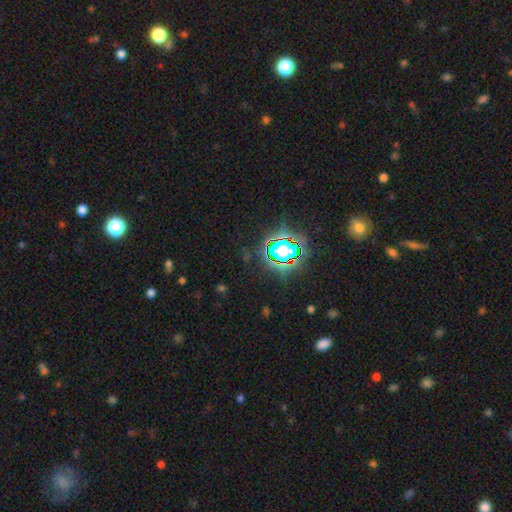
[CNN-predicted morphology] This appears to be a star or artifact, not a galaxy (79%).